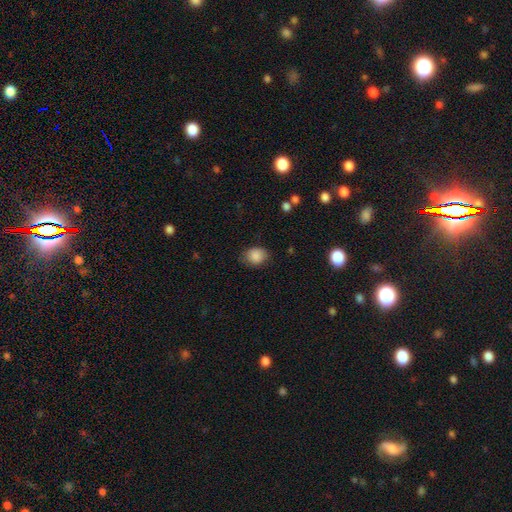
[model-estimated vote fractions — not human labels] Smooth or featured? Predicted: smooth (p=0.87). How rounded? Predicted: in between (p=0.55). Merging? Predicted: none (p=0.77).